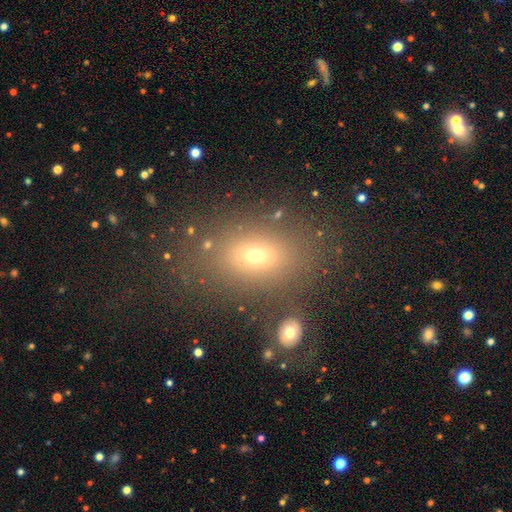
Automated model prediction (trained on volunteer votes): Overall: smooth (62%; star or artifact 23%). How rounded: in between (71%). Merging: none (75%).